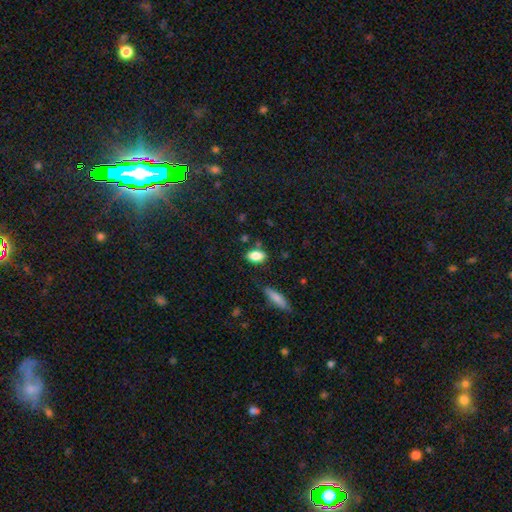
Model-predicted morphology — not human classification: This is clearly a smooth galaxy (85%). How rounded: clearly in between (88%). Merging: likely none (77%).